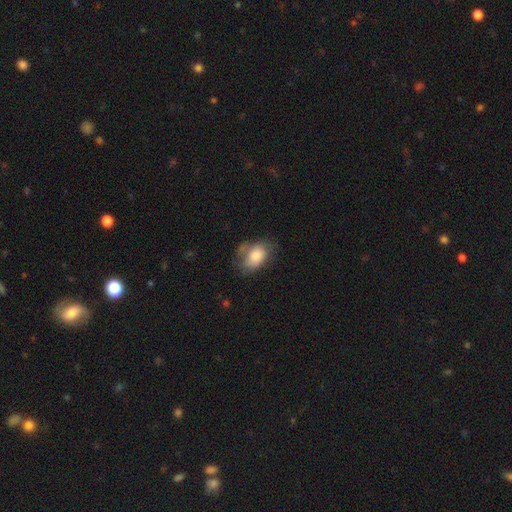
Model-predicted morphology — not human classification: A smooth galaxy with no disk features (72%) that is in between round and cigar-shaped (82%).

Vote fractions:
- Smooth or featured? smooth: 72% / featured or disk: 20% / star or artifact: 8%
- How rounded? in between: 82% / round: 16% / cigar-shaped: 1%
- Merging? none: 48% / minor disturbance: 33% / major disturbance: 16% / merger: 4%